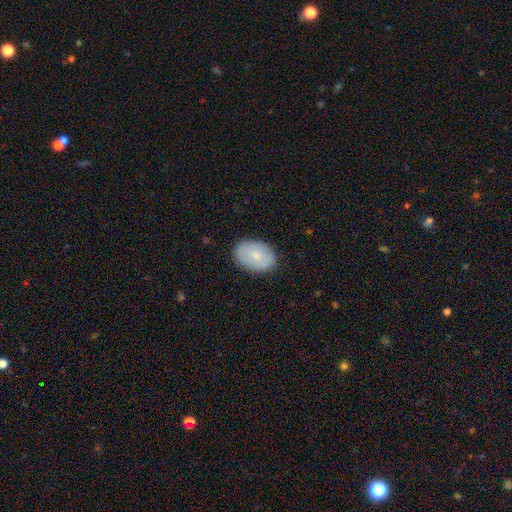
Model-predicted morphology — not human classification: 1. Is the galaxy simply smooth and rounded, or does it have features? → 72% smooth, 21% featured or disk, 7% star or artifact.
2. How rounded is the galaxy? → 82% in between, 17% round, 1% cigar-shaped.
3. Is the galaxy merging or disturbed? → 85% none, 12% minor disturbance, 3% major disturbance, 1% merger.